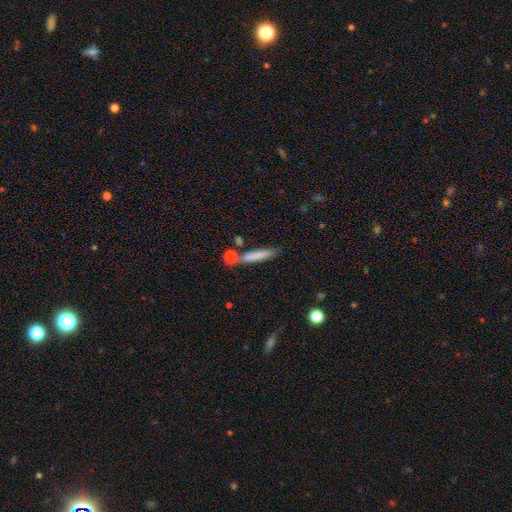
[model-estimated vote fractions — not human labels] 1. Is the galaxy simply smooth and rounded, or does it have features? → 75% smooth, 18% featured or disk, 8% star or artifact.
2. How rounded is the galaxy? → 90% cigar-shaped, 8% in between, 3% round.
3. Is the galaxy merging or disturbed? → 72% none, 13% minor disturbance, 11% merger, 4% major disturbance.